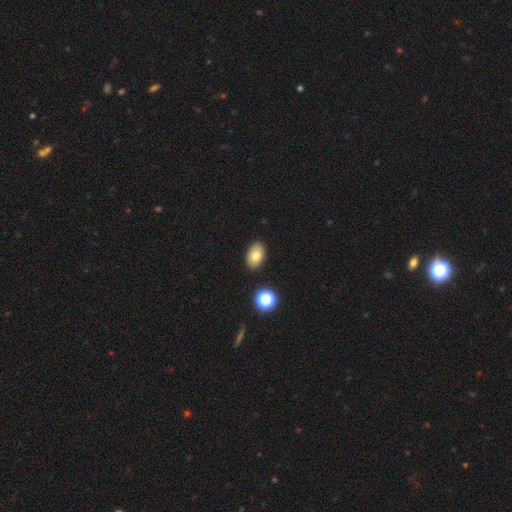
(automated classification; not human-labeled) smooth_or_featured: smooth (p=0.78) [alt: featured or disk p=0.12]
how_rounded: in between (p=0.88) [alt: round p=0.11]
merging: none (p=0.88) [alt: minor disturbance p=0.08]